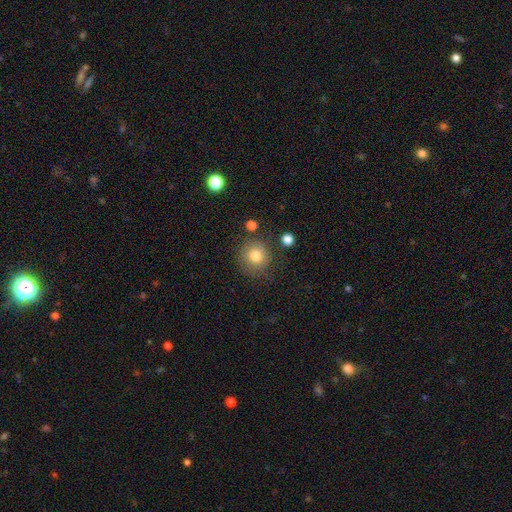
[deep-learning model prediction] A smooth galaxy with no disk features (81%) that is round (90%). Merging: none (80%).